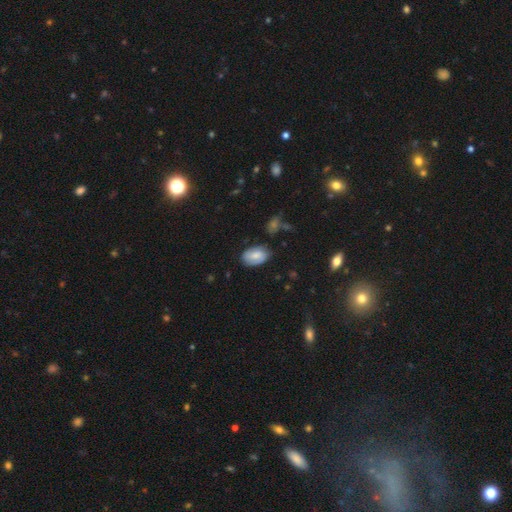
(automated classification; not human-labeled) This appears to be a smooth galaxy with no disk features (69%) that is in between round and cigar-shaped (91%). Merging: none (74%).